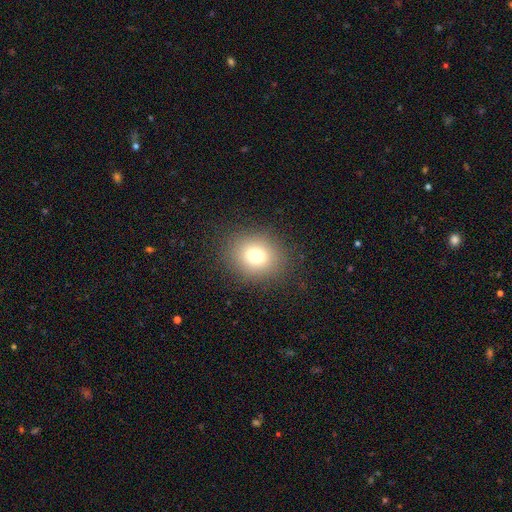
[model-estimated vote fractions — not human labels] Overall: smooth (75%). How rounded: round (69%; in between 30%). Merging: none (86%).